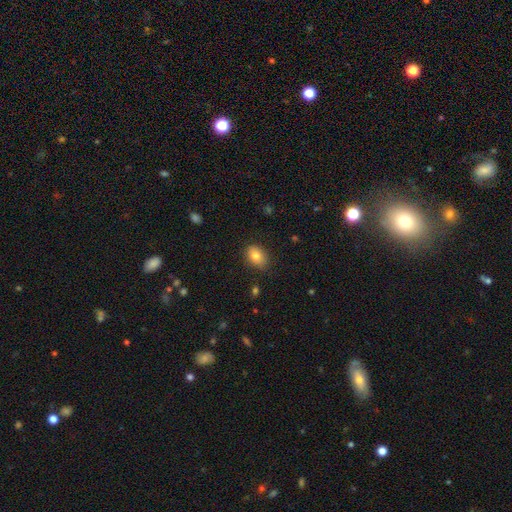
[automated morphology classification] smooth_or_featured: smooth (p=0.81) [alt: featured or disk p=0.10]
how_rounded: in between (p=0.78) [alt: round p=0.21]
merging: none (p=0.85) [alt: minor disturbance p=0.12]